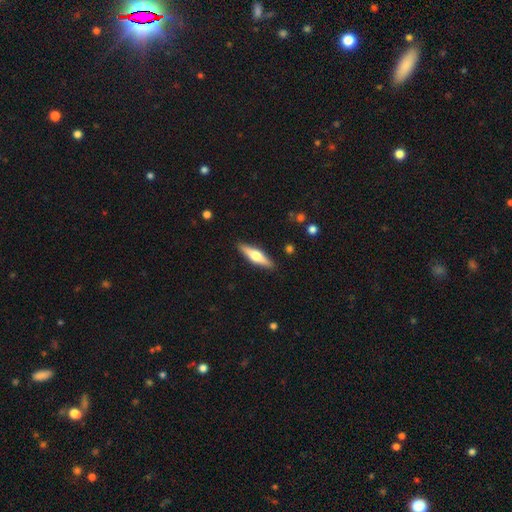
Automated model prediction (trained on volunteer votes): Smooth or featured? featured or disk (55%)
Edge-on disk? yes (95%)
Edge-on bulge? rounded (93%)
Merging? none (90%)